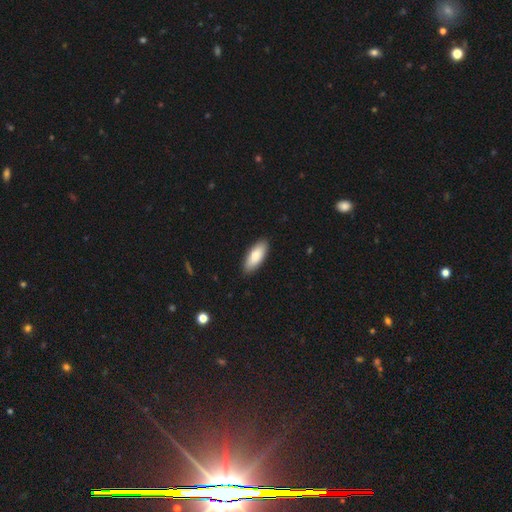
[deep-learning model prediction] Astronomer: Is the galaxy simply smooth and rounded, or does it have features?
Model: smooth — 85%.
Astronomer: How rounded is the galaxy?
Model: in between — 79%.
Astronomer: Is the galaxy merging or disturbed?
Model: none — 87%.